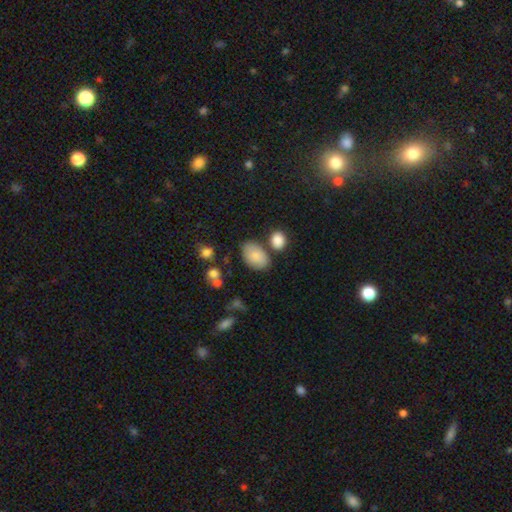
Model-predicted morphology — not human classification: smooth 83%, featured or disk 10%, star or artifact 7%. Down the decision tree: how rounded — in between (90%); merging — none (67%).